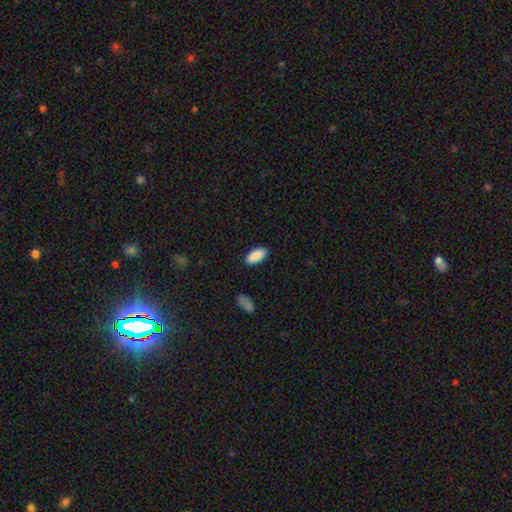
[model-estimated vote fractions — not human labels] smooth-or-featured: smooth: 89% | star or artifact: 6% | featured or disk: 4%
  how-rounded: in between: 89% | cigar-shaped: 9% | round: 2%
  merging: none: 88% | minor disturbance: 8% | major disturbance: 2% | merger: 1%